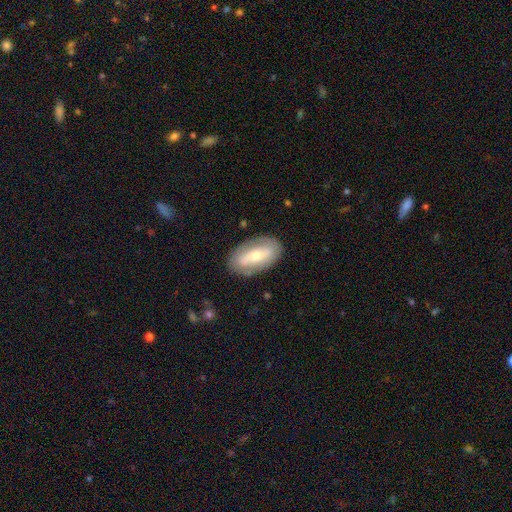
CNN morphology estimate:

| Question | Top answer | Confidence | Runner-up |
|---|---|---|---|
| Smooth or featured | featured or disk | 51% | smooth (42%) |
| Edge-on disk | no | 85% | yes (15%) |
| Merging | none | 82% | minor disturbance (12%) |